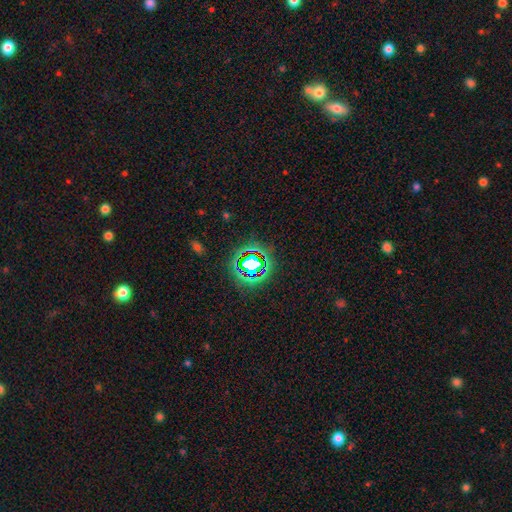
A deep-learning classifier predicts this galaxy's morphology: A star or artifact, not a galaxy (73%).

Vote fractions:
- Smooth or featured? star or artifact: 73% / smooth: 17% / featured or disk: 10%